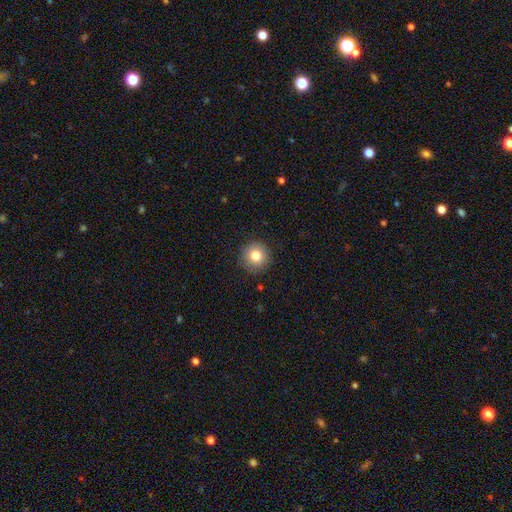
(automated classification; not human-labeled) Overall: smooth (82%). How rounded: round (95%). Merging: none (89%).